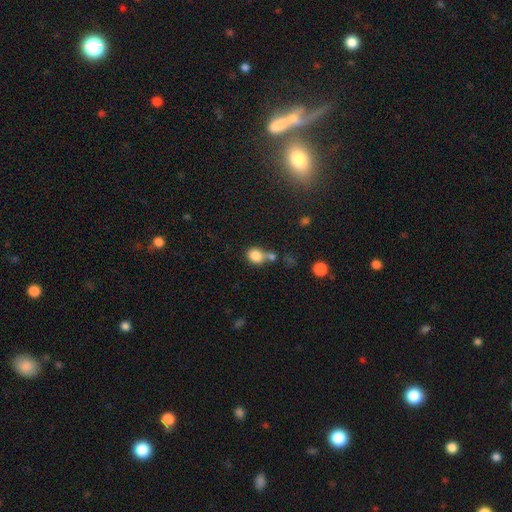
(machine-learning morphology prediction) smooth_or_featured: smooth (p=0.83) [alt: star or artifact p=0.10]
how_rounded: round (p=0.70) [alt: in between p=0.28]
merging: none (p=0.42) [alt: merger p=0.37]